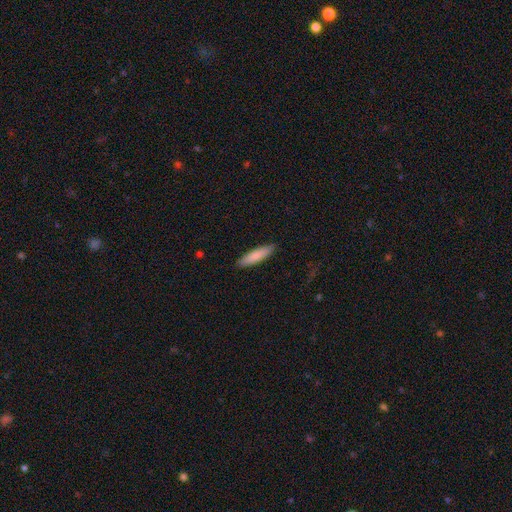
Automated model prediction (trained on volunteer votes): Smooth or featured?
  - smooth: 81% *
  - featured or disk: 14%
  - star or artifact: 5%
How rounded?
  - cigar-shaped: 77% *
  - in between: 22%
  - round: 1%
Merging?
  - none: 89% *
  - minor disturbance: 8%
  - major disturbance: 2%
  - merger: 1%